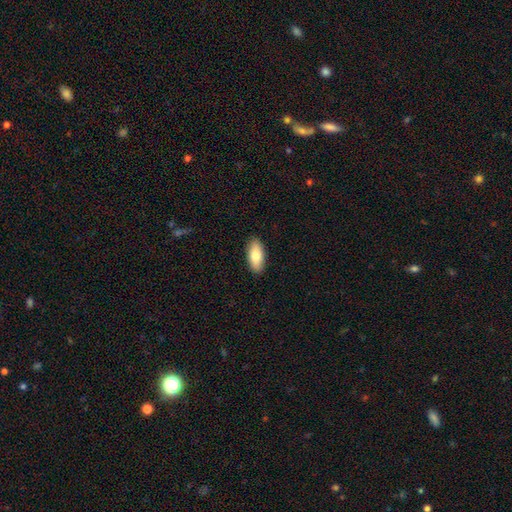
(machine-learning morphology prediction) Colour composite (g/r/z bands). It shows a smooth galaxy with no disk features (78%) that is in between round and cigar-shaped (85%). Merging: none (90%).